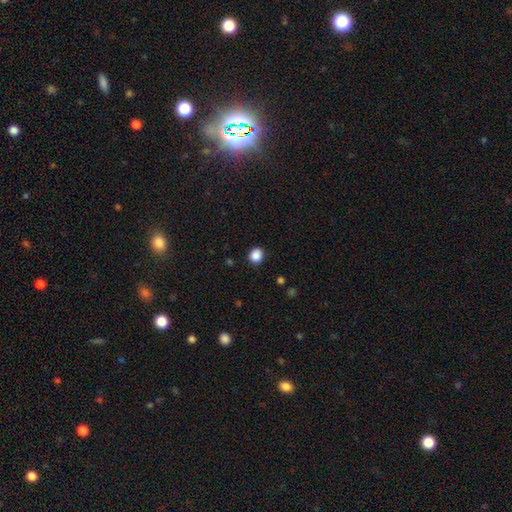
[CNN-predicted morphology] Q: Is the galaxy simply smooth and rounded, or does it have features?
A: smooth — 87%.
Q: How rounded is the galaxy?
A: round — 79%.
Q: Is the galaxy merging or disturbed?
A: none — 90%.